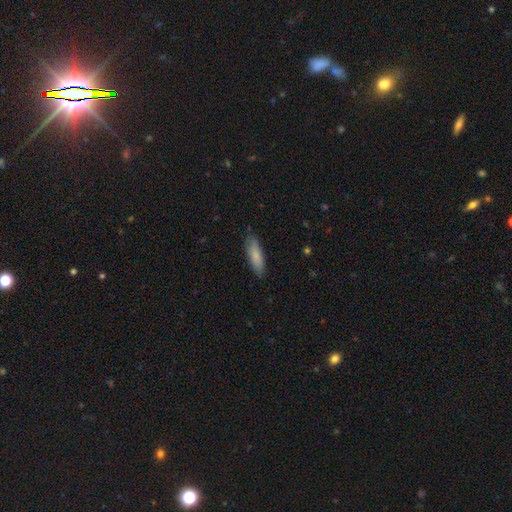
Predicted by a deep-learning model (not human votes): smooth 84%, featured or disk 11%, star or artifact 6%. Down the decision tree: how rounded — cigar-shaped (60%); merging — none (83%).